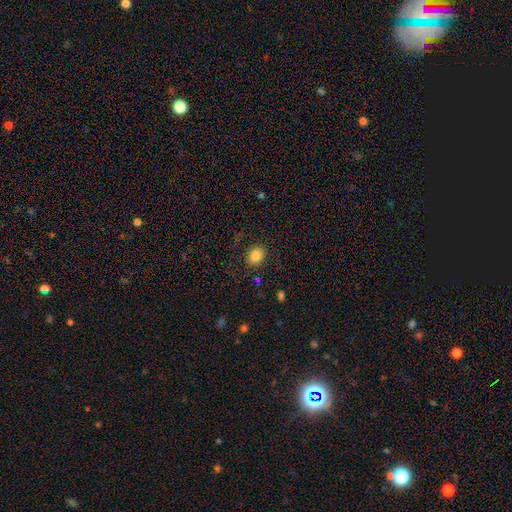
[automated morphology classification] type=smooth (84%); roundness=round (58%); merging=none (81%).